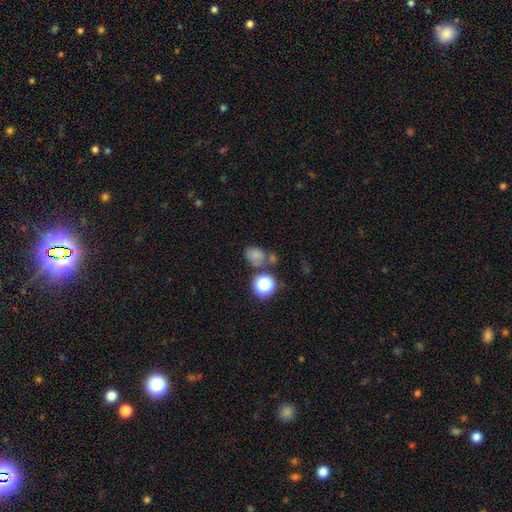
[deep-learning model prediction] Smooth or featured: smooth — 70% (star or artifact — 20%)
How rounded: in between — 57% (round — 42%)
Merging: none — 51% (merger — 24%)